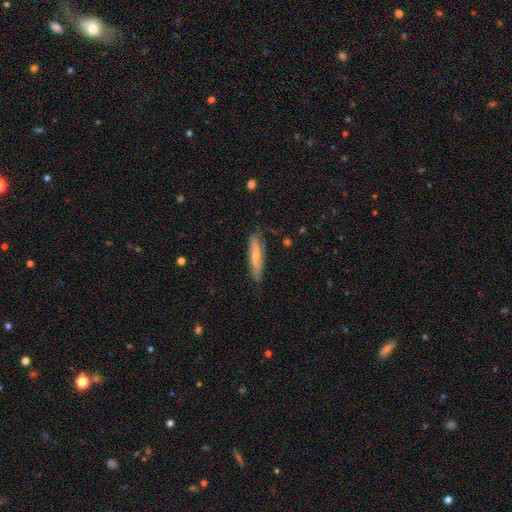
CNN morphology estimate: A smooth galaxy with no disk features (49%). Merging: none (74%).